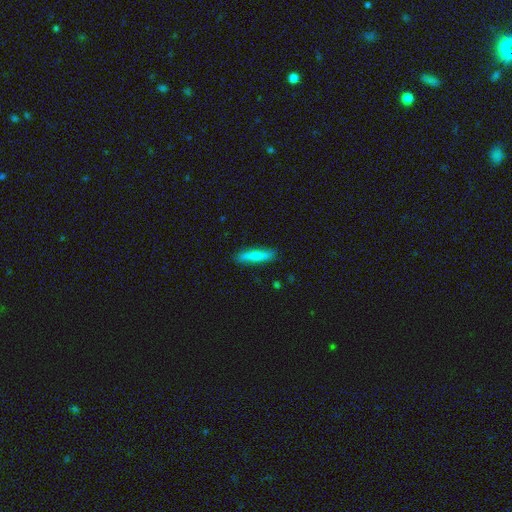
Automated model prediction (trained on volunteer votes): smooth 73%, featured or disk 21%, star or artifact 6%. Down the decision tree: how rounded — cigar-shaped (82%); merging — none (87%).